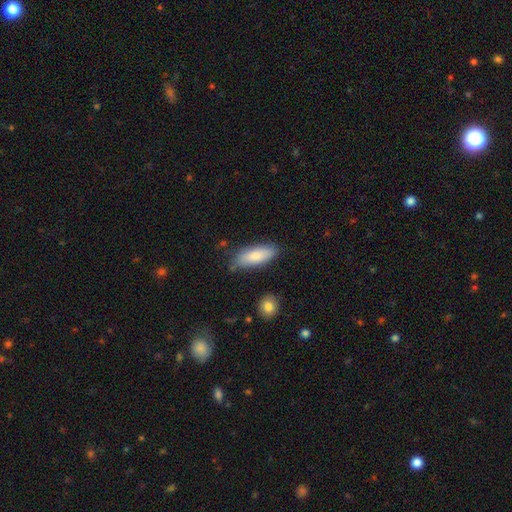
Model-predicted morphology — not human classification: The model was most divided on "how rounded": in between: 70%, cigar-shaped: 28%, round: 2%. More confident: smooth or featured — smooth (83%); merging — none (79%).